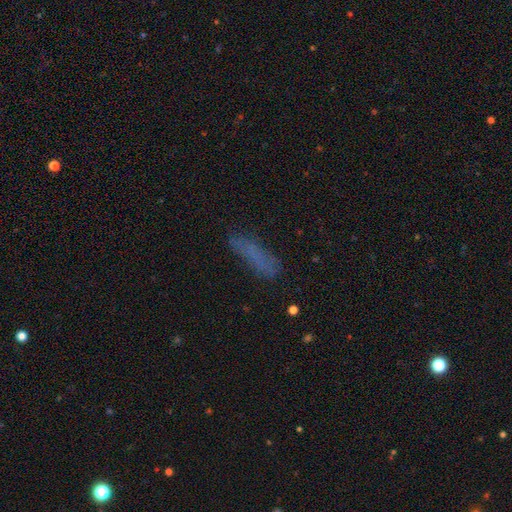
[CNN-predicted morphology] smooth-or-featured: smooth: 67% | featured or disk: 18% | star or artifact: 15%
  how-rounded: cigar-shaped: 72% | in between: 25% | round: 2%
  merging: none: 71% | minor disturbance: 18% | major disturbance: 8% | merger: 3%